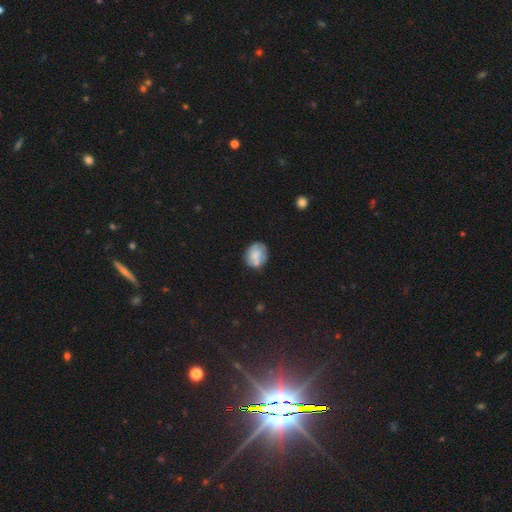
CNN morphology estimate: smooth 51%, featured or disk 40%, star or artifact 9%. Down the decision tree: how rounded — round (55%); merging — none (58%).